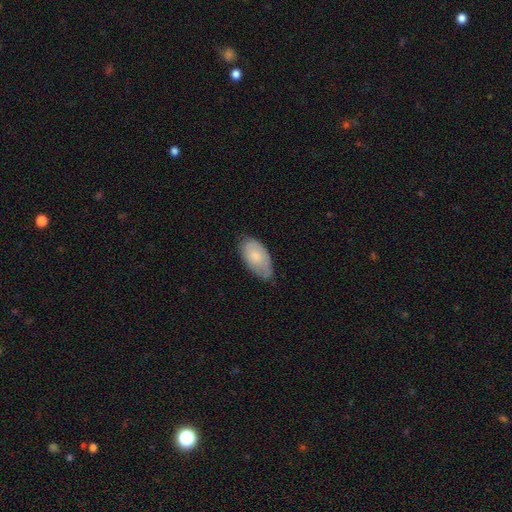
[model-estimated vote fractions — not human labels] Overall: smooth (73%). How rounded: in between (95%). Merging: none (61%; minor disturbance 32%).